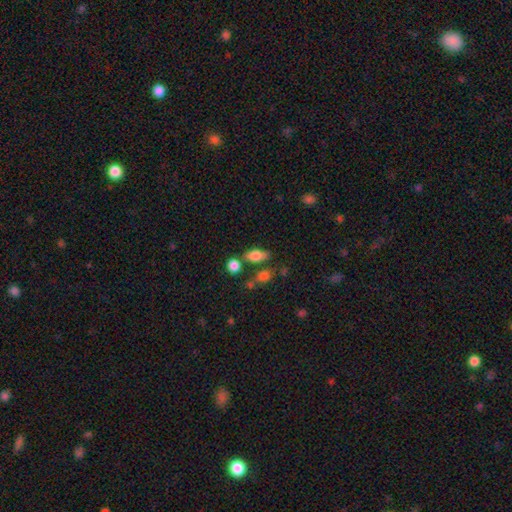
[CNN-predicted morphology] smooth 78%, featured or disk 13%, star or artifact 9%. Down the decision tree: how rounded — in between (81%); merging — none (67%).